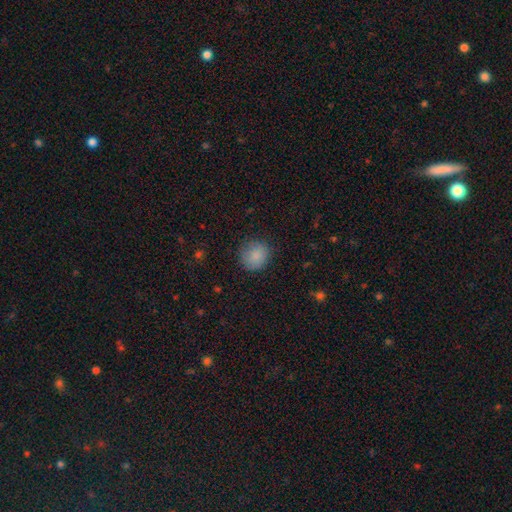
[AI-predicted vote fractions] Morphology: type=smooth (87%); roundness=round (85%); merging=none (82%).